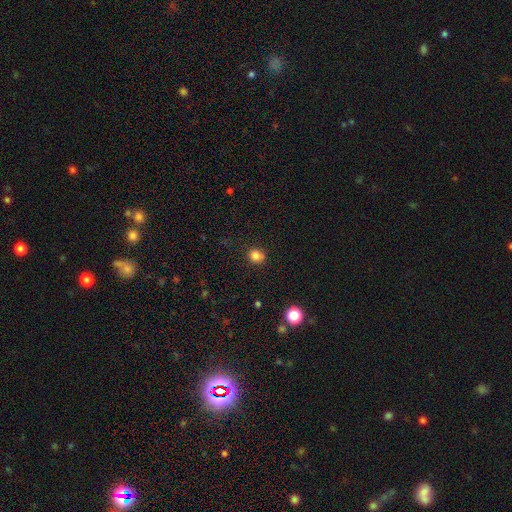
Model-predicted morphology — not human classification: type=smooth (82%); roundness=round (74%); merging=none (80%).